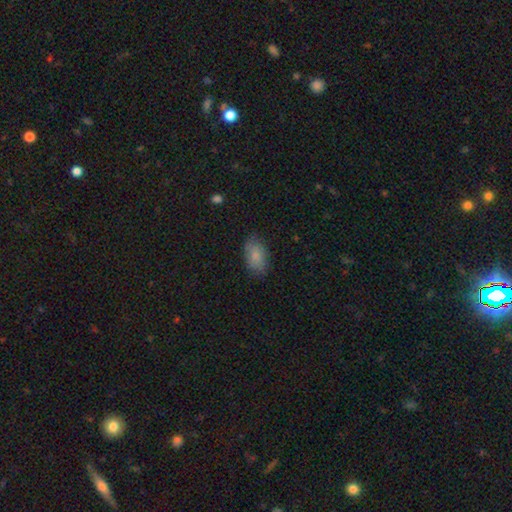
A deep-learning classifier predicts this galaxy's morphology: Q: Smooth or featured?
A: smooth (84%); runner-up: featured or disk (9%)
Q: How rounded?
A: in between (92%); runner-up: round (5%)
Q: Merging?
A: none (79%); runner-up: minor disturbance (16%)